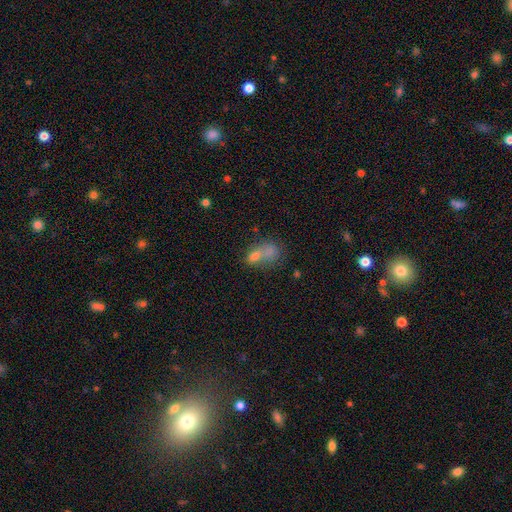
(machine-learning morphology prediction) smooth-or-featured: smooth: 70% | featured or disk: 17% | star or artifact: 13%
  how-rounded: in between: 63% | round: 33% | cigar-shaped: 3%
  merging: merger: 63% | none: 22% | minor disturbance: 8% | major disturbance: 7%